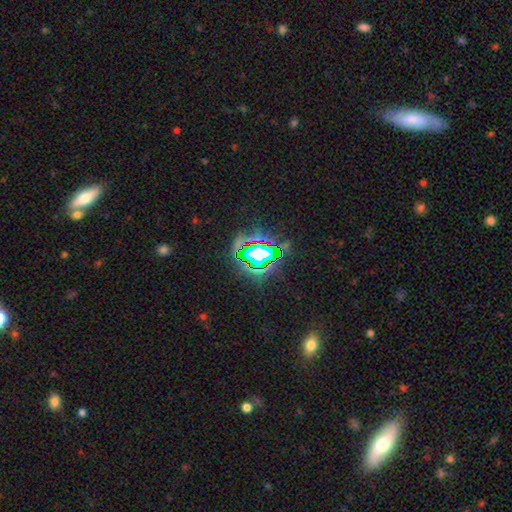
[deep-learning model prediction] smooth-or-featured: star or artifact: 72% | smooth: 16% | featured or disk: 12%